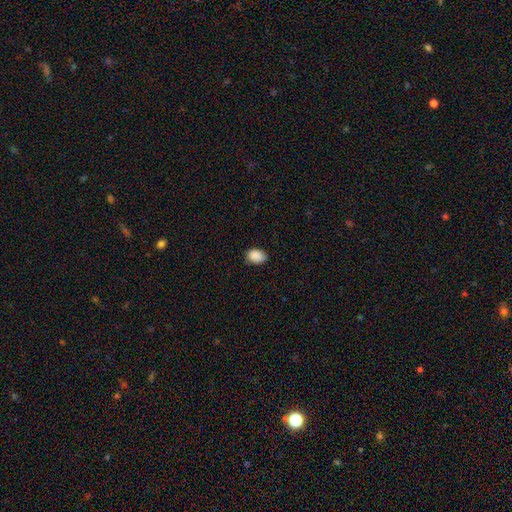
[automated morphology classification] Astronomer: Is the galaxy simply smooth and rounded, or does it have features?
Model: smooth — 89%.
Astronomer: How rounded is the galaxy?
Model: in between — 81%.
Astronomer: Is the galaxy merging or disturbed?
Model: none — 79%.